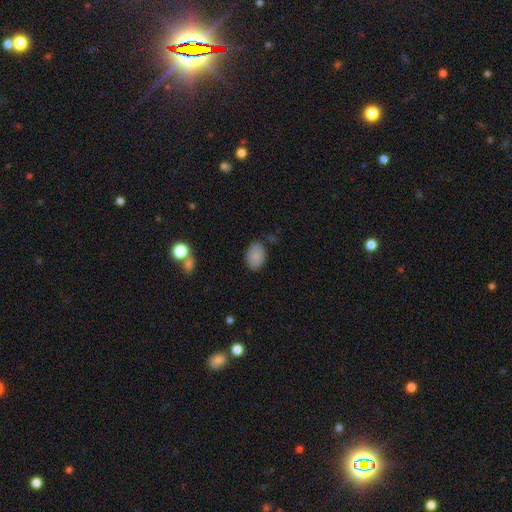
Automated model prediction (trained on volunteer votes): smooth-or-featured: smooth: 85% | star or artifact: 7% | featured or disk: 7%
  how-rounded: in between: 87% | round: 12% | cigar-shaped: 1%
  merging: none: 80% | minor disturbance: 14% | major disturbance: 3% | merger: 3%